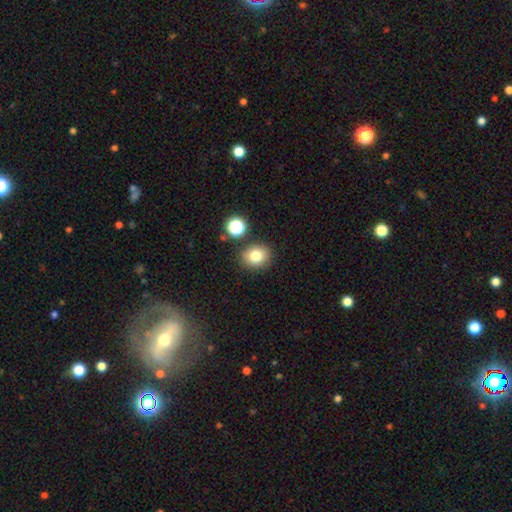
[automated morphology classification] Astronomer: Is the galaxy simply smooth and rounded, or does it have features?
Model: smooth — 79%.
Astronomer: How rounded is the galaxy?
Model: round — 65%.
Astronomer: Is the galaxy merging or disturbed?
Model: none — 83%.